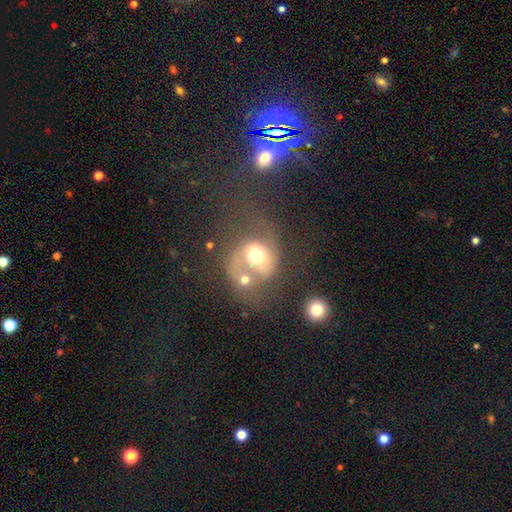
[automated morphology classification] Smooth or featured: featured or disk — 45% (smooth — 43%)
Merging: merger — 38% (major disturbance — 29%)